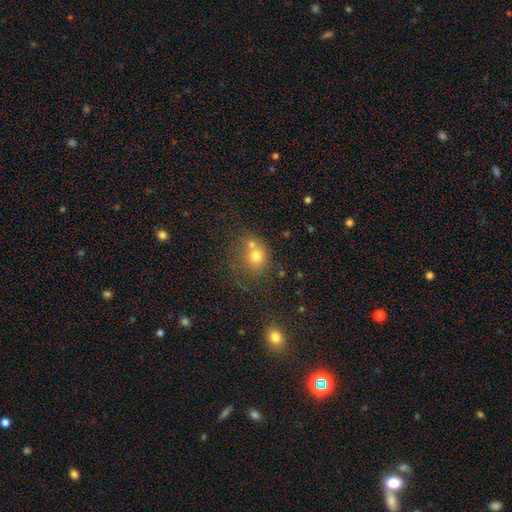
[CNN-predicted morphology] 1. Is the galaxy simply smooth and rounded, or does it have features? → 71% smooth, 15% star or artifact, 14% featured or disk.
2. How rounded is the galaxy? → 72% round, 27% in between, 1% cigar-shaped.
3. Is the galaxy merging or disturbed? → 47% none, 34% merger, 13% minor disturbance, 6% major disturbance.